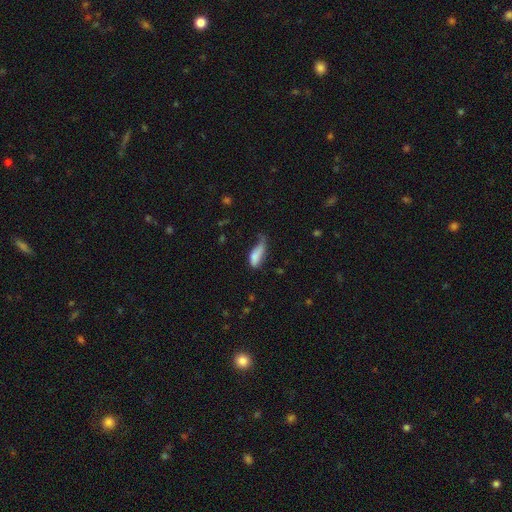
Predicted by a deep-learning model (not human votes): Overall: smooth (74%). How rounded: in between (69%). Merging: minor disturbance (39%; major disturbance 31%).